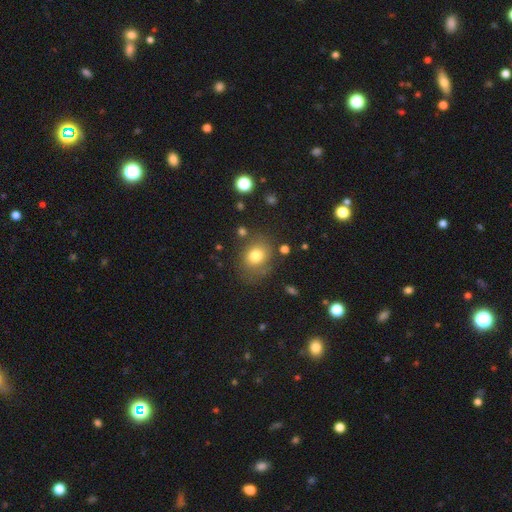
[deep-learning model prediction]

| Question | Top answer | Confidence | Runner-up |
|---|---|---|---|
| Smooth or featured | smooth | 77% | featured or disk (12%) |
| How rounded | round | 53% | in between (46%) |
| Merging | none | 72% | minor disturbance (16%) |